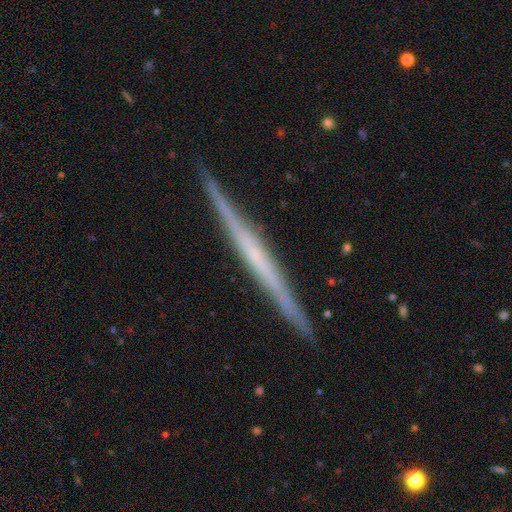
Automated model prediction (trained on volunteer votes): Smooth or featured? featured or disk (74%)
Edge-on disk? yes (98%)
Edge-on bulge? none (74%)
Merging? none (91%)